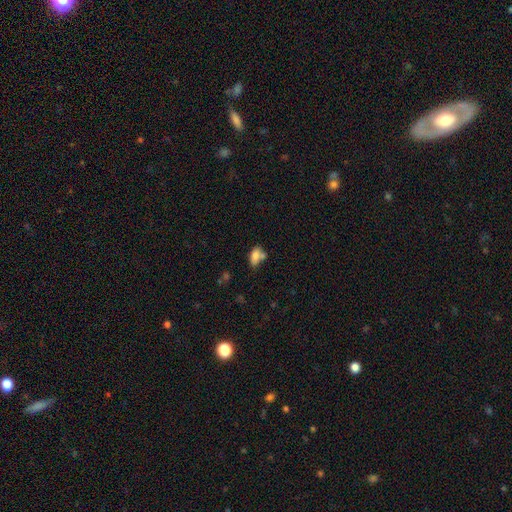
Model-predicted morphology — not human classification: smooth_or_featured: smooth (p=0.74) [alt: featured or disk p=0.17]
how_rounded: in between (p=0.86) [alt: round p=0.10]
merging: none (p=0.40) [alt: merger p=0.34]